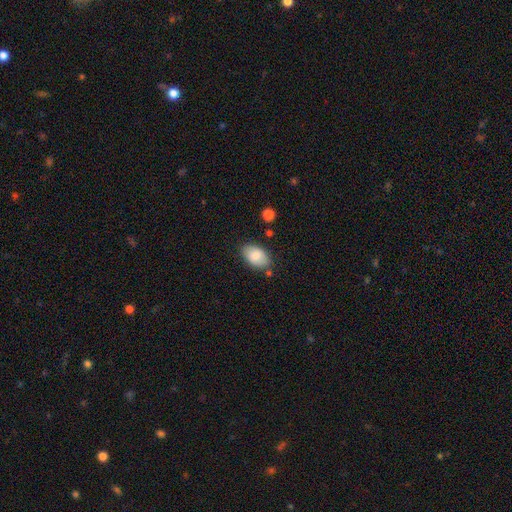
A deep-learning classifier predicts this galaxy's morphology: This is clearly a smooth galaxy (84%). How rounded: clearly in between (92%). Merging: likely none (80%).